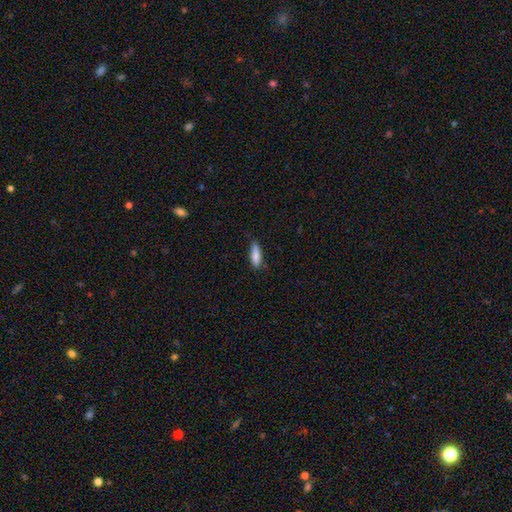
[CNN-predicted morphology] A smooth galaxy with no disk features (85%) that is cigar-shaped (50%). Merging: none (74%).